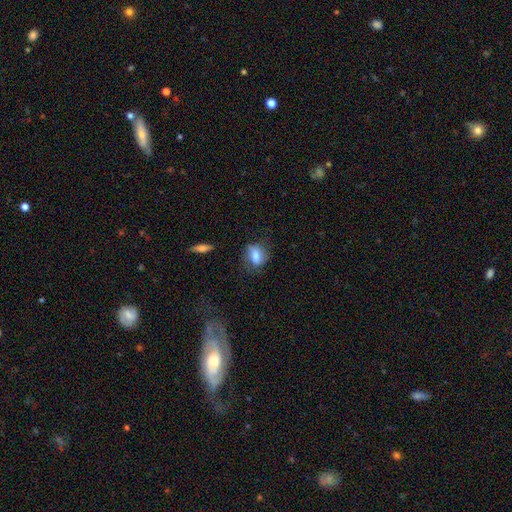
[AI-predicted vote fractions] The model was most divided on "merging": none: 66%, minor disturbance: 23%, major disturbance: 9%, merger: 2%. More confident: smooth or featured — smooth (77%); how rounded — in between (72%).